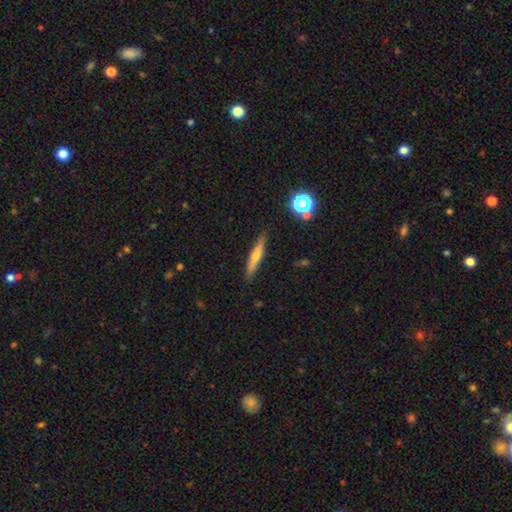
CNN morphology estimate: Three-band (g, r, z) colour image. It shows a smooth galaxy with no disk features (50%). Merging: none (88%).